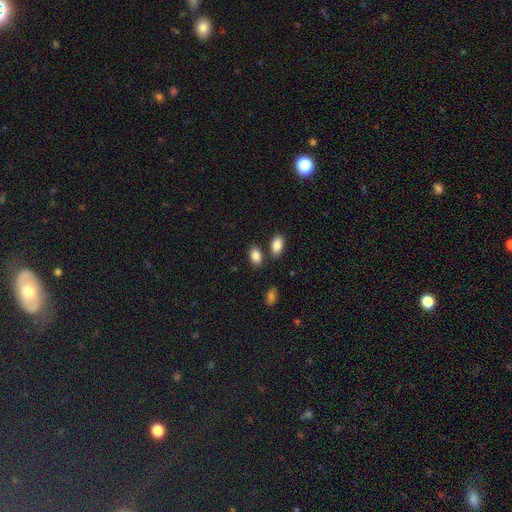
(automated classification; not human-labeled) Morphology: type=smooth (86%); roundness=in between (89%); merging=none (75%).